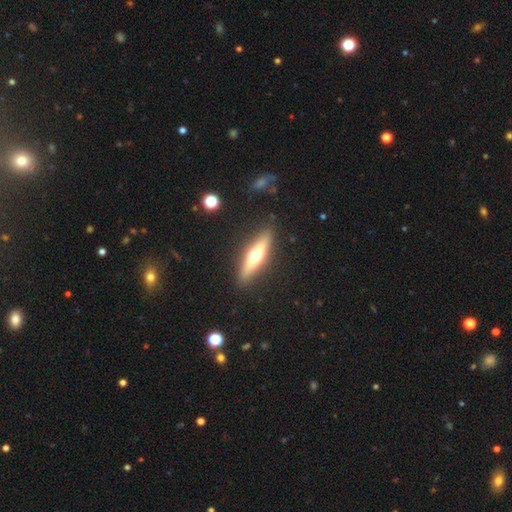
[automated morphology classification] Smooth or featured? Predicted: featured or disk (p=0.52). Edge-on disk? Predicted: yes (p=0.91). Merging? Predicted: none (p=0.88).